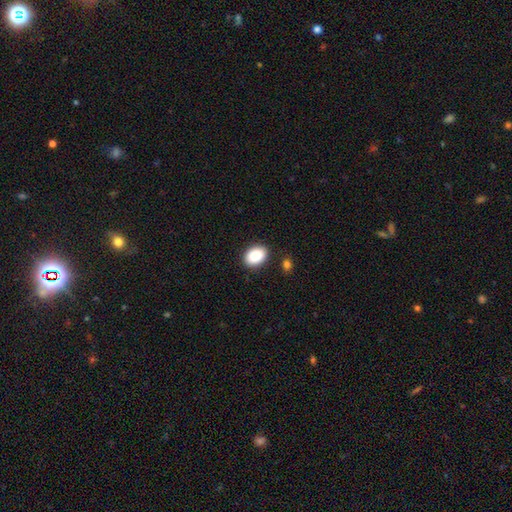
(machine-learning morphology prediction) Q: Smooth or featured?
A: smooth (87%); runner-up: star or artifact (7%)
Q: How rounded?
A: in between (81%); runner-up: round (17%)
Q: Merging?
A: none (88%); runner-up: minor disturbance (8%)